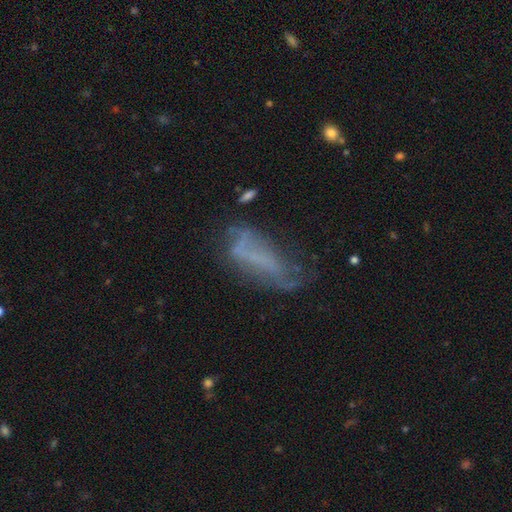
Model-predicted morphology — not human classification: smooth_or_featured: featured or disk (p=0.49) [alt: smooth p=0.35]
merging: none (p=0.40) [alt: minor disturbance p=0.28]